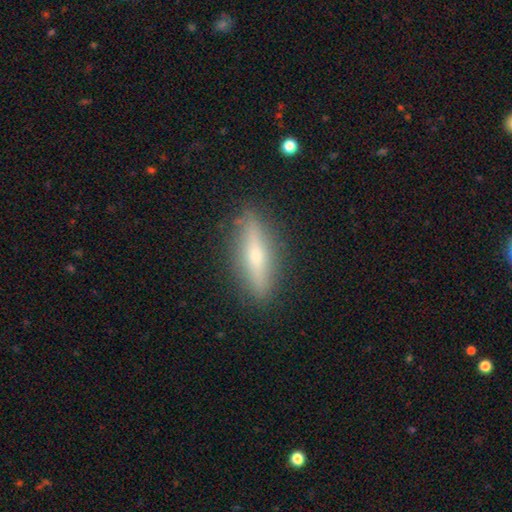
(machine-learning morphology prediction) A featured or disk galaxy (55%) viewed edge-on (90%).

Vote fractions:
- Smooth or featured? featured or disk: 55% / smooth: 38% / star or artifact: 7%
- Edge-on disk? yes: 90% / no: 10%
- Merging? none: 88% / minor disturbance: 9% / major disturbance: 2% / merger: 1%